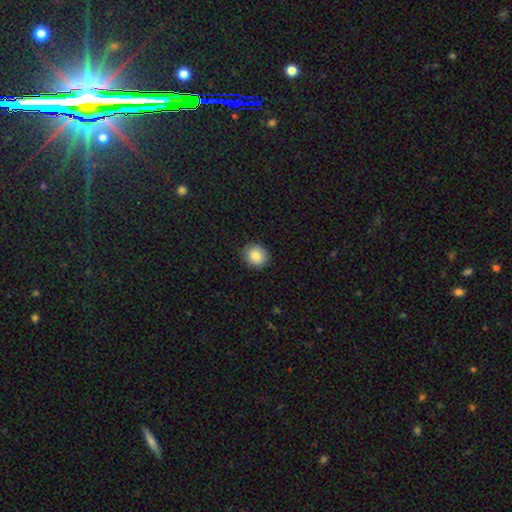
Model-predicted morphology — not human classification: This is clearly a smooth galaxy (85%). How rounded: clearly round (85%). Merging: clearly none (87%).